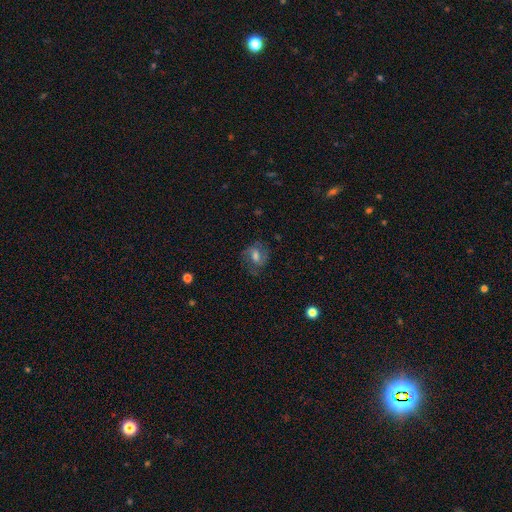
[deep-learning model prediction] A featured or disk galaxy (46%).

Vote fractions:
- Smooth or featured? featured or disk: 46% / smooth: 44% / star or artifact: 11%
- Merging? none: 63% / minor disturbance: 22% / major disturbance: 14% / merger: 1%